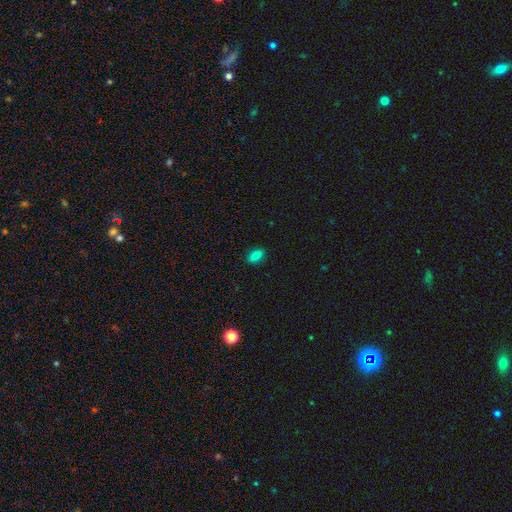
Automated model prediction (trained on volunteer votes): A smooth galaxy with no disk features (82%) that is in between round and cigar-shaped (84%). Merging: none (89%).